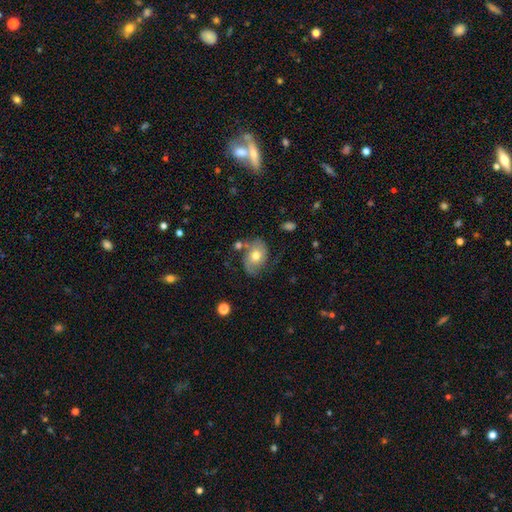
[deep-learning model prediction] smooth 50%, featured or disk 42%, star or artifact 8%. Down the decision tree: how rounded — in between (68%); merging — none (60%).